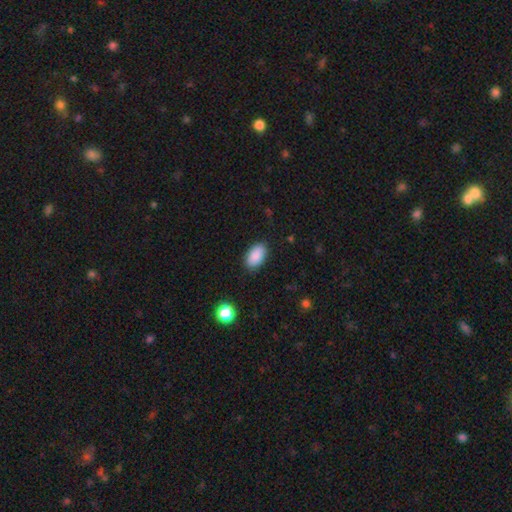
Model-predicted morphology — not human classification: This appears to be a smooth galaxy with no disk features (89%) that is in between round and cigar-shaped (93%). Merging: none (86%).